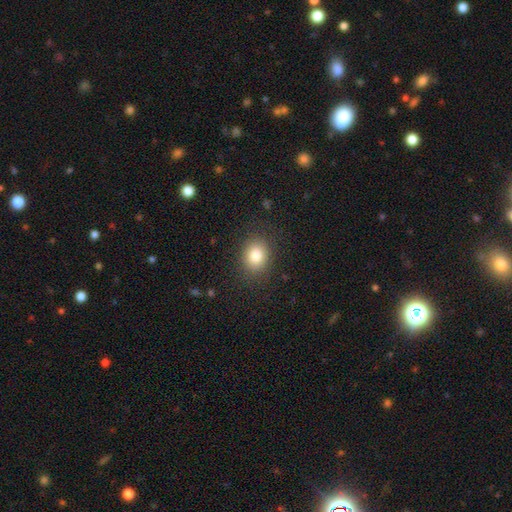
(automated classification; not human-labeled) This is clearly a smooth galaxy (82%). How rounded: possibly round (56%). Merging: clearly none (86%).